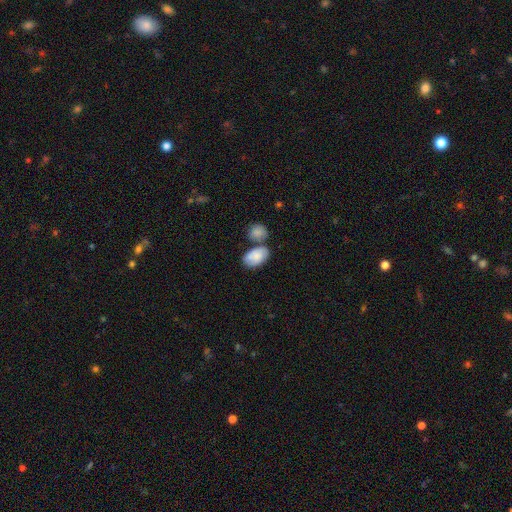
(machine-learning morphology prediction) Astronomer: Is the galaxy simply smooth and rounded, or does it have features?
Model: smooth — 74%.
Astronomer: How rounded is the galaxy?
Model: in between — 91%.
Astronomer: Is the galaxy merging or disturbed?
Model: none — 44% (runner-up: merger, 32%).